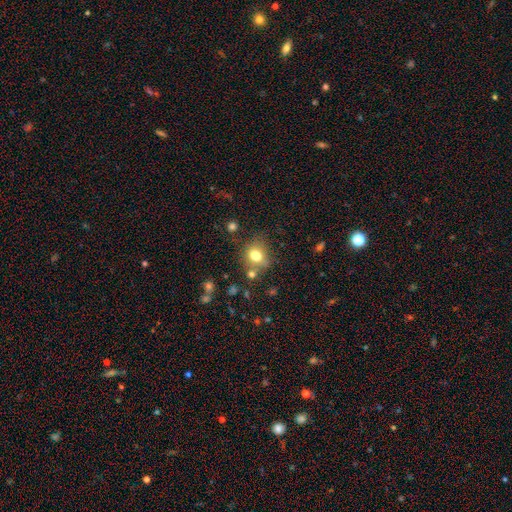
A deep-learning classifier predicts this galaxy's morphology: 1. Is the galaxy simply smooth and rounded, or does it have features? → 75% smooth, 13% star or artifact, 12% featured or disk.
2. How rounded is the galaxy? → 71% round, 28% in between, 1% cigar-shaped.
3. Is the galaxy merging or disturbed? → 68% none, 17% minor disturbance, 9% merger, 6% major disturbance.